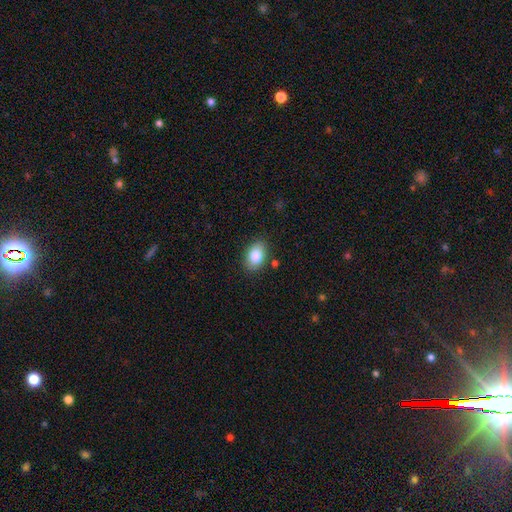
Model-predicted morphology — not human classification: Q: Smooth or featured?
A: smooth (84%); runner-up: featured or disk (8%)
Q: How rounded?
A: in between (83%); runner-up: round (16%)
Q: Merging?
A: none (84%); runner-up: minor disturbance (11%)